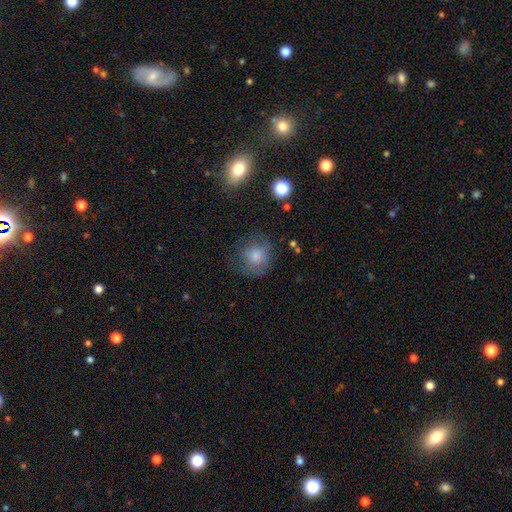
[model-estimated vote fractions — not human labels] This appears to be a smooth galaxy with no disk features (60%) that is round (84%). Merging: none (66%).